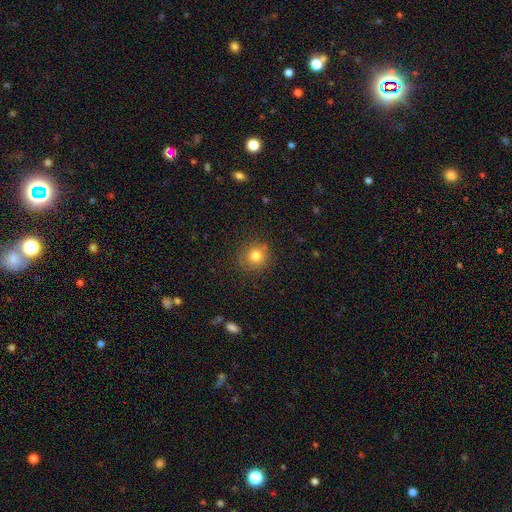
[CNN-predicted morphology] type=smooth (80%); roundness=round (90%); merging=none (84%).